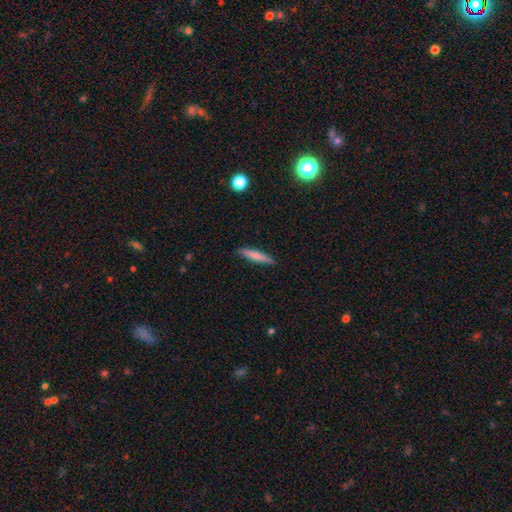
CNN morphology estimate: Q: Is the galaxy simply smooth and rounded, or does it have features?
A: smooth — 72%.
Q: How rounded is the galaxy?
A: cigar-shaped — 90%.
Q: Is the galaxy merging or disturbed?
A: none — 88%.